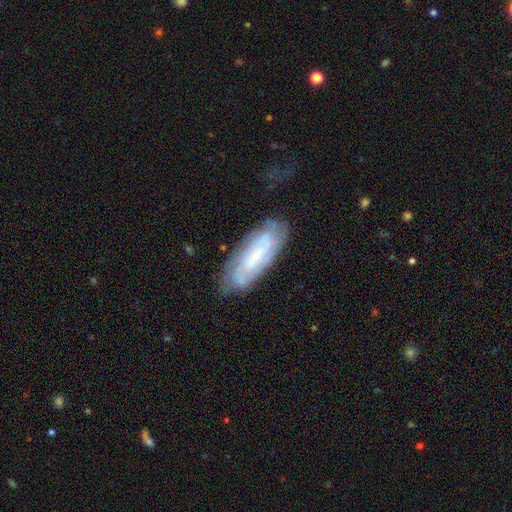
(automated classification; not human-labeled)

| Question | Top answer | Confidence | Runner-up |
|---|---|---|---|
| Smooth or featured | featured or disk | 68% | smooth (25%) |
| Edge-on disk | no | 86% | yes (14%) |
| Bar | no | 48% | weak (36%) |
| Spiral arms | yes | 85% | no (15%) |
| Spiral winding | tight | 63% | medium (28%) |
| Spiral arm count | can't tell | 54% | 2 (25%) |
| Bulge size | small | 68% | moderate (18%) |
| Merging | none | 71% | minor disturbance (20%) |